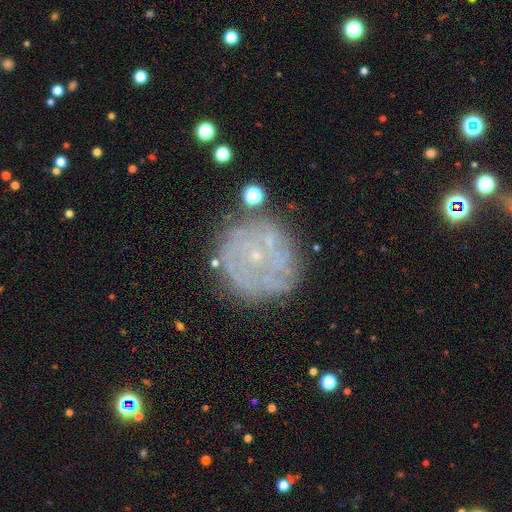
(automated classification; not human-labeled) The model was most divided on "smooth or featured": featured or disk: 58%, smooth: 25%, star or artifact: 17%. More confident: edge-on disk — no (96%); bulge size — small (87%); bar — no (83%); merging — none (77%); spiral arms — yes (70%).